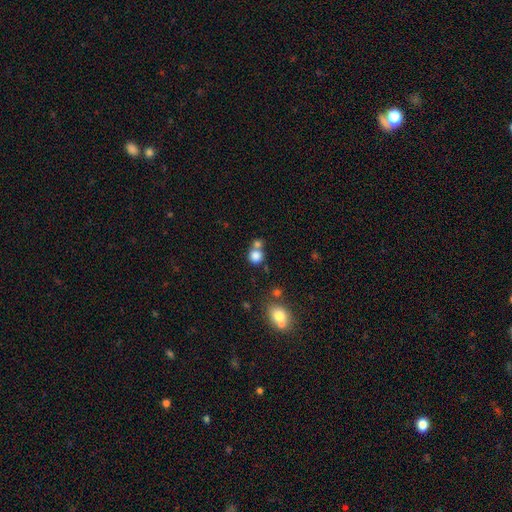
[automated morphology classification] Smooth or featured? Predicted: smooth (p=0.81). How rounded? Predicted: round (p=0.85). Merging? Predicted: none (p=0.51).